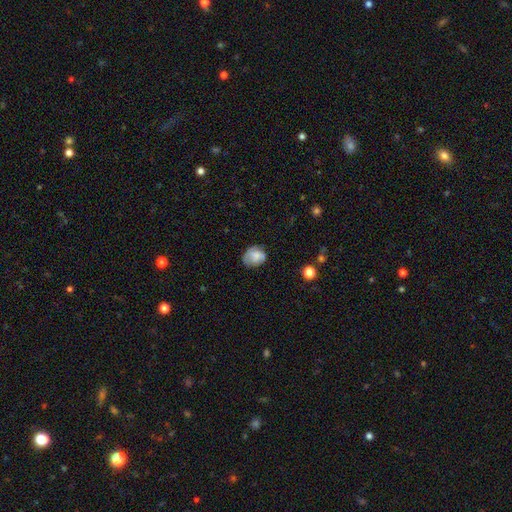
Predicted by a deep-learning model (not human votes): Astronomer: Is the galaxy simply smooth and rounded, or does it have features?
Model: smooth — 69%.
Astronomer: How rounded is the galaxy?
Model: round — 50% (runner-up: in between, 49%).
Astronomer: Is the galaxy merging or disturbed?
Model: none — 56%.